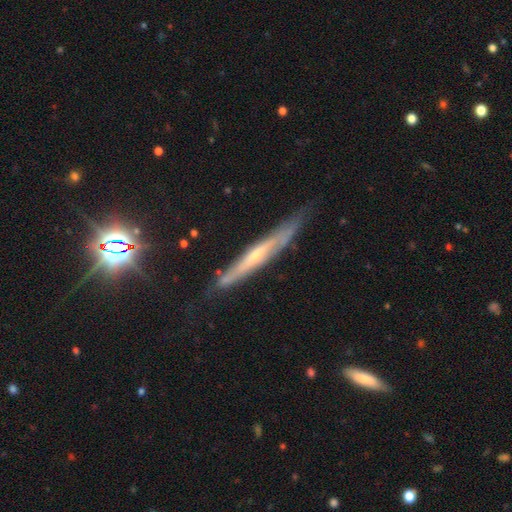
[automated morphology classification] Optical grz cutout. It shows a featured or disk galaxy (71%) viewed edge-on (89%) with a rounded central bulge (50%). Merging: none (73%).